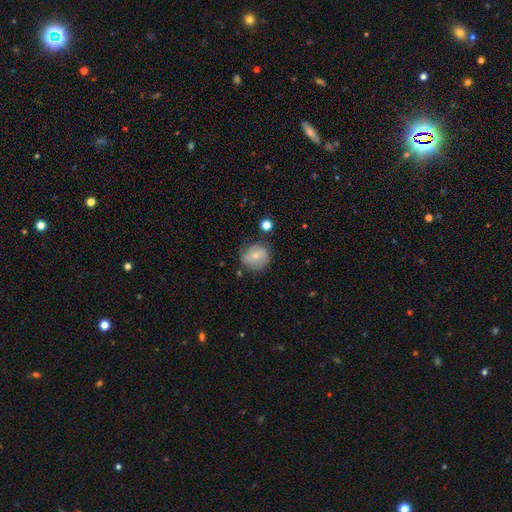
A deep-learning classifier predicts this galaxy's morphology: smooth 48%, featured or disk 43%, star or artifact 8%. Down the decision tree: merging — none (61%).